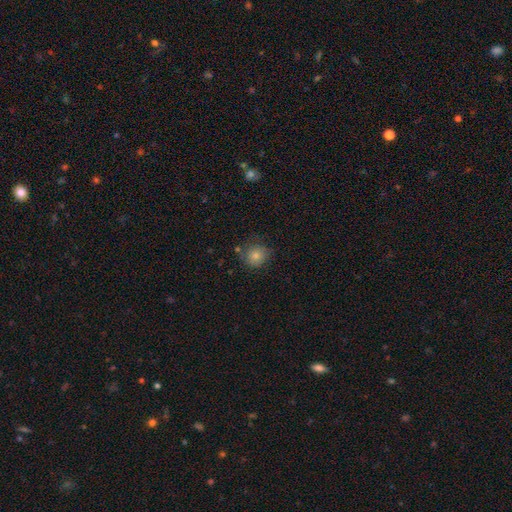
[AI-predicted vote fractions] This appears to be a smooth galaxy with no disk features (79%) that is round (85%). Merging: none (70%).